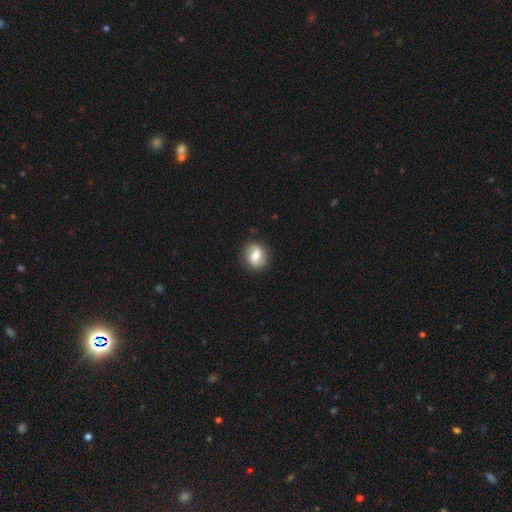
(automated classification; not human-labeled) Smooth or featured? Predicted: smooth (p=0.65). How rounded? Predicted: round (p=0.58). Merging? Predicted: none (p=0.85).